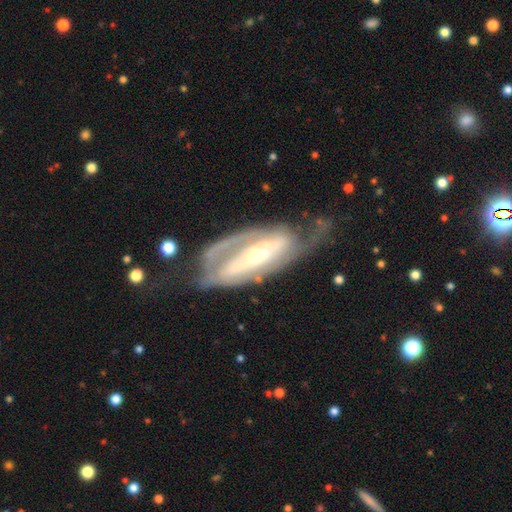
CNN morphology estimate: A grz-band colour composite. It shows a featured or disk galaxy (87%) with a strong bar (52%), 2 (71%) tight (48%) spiral arms (91%) and a small central bulge (60%). Merging: none (56%).